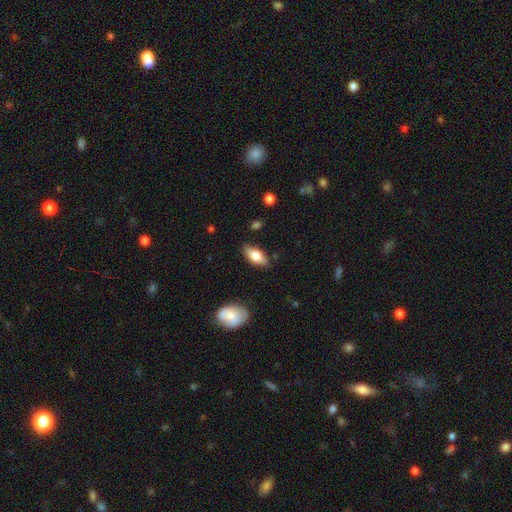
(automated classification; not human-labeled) Smooth or featured? Predicted: smooth (p=0.71). How rounded? Predicted: in between (p=0.85). Merging? Predicted: none (p=0.85).